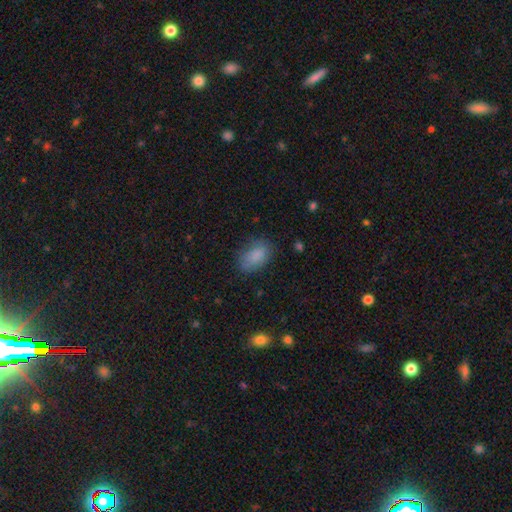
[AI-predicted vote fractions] A smooth galaxy with no disk features (86%) that is in between round and cigar-shaped (91%).

Vote fractions:
- Smooth or featured? smooth: 86% / star or artifact: 8% / featured or disk: 6%
- How rounded? in between: 91% / round: 7% / cigar-shaped: 2%
- Merging? none: 75% / minor disturbance: 18% / major disturbance: 5% / merger: 1%